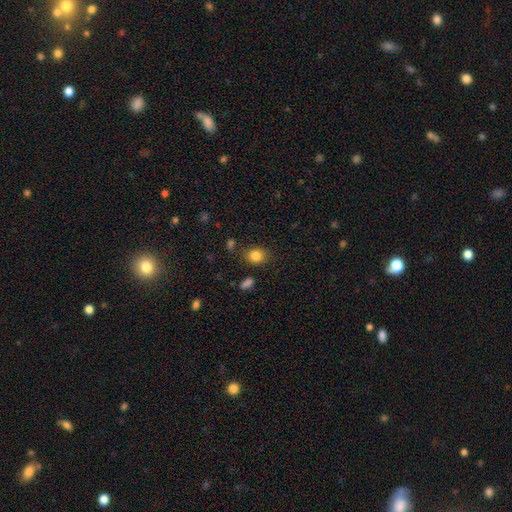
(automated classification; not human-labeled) Morphology: type=smooth (84%); roundness=round (54%); merging=none (78%).